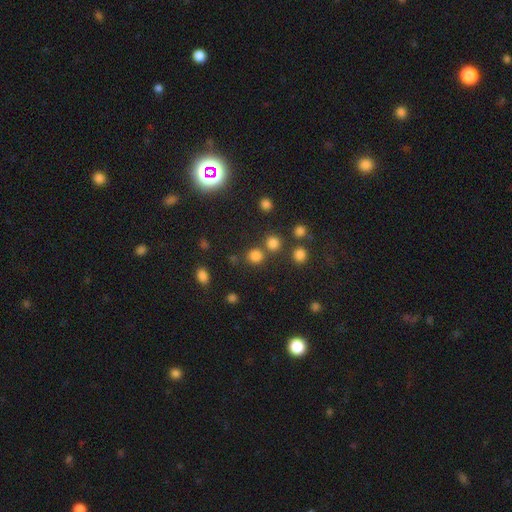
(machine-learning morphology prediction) Overall: smooth (77%). How rounded: round (88%). Merging: none (73%).